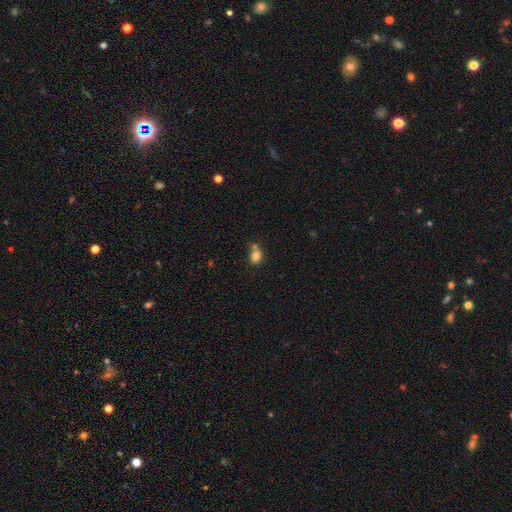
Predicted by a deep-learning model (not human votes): Smooth or featured?
  - smooth: 81% *
  - star or artifact: 11%
  - featured or disk: 8%
How rounded?
  - in between: 51% *
  - round: 47%
  - cigar-shaped: 1%
Merging?
  - none: 47% *
  - merger: 35%
  - minor disturbance: 13%
  - major disturbance: 5%